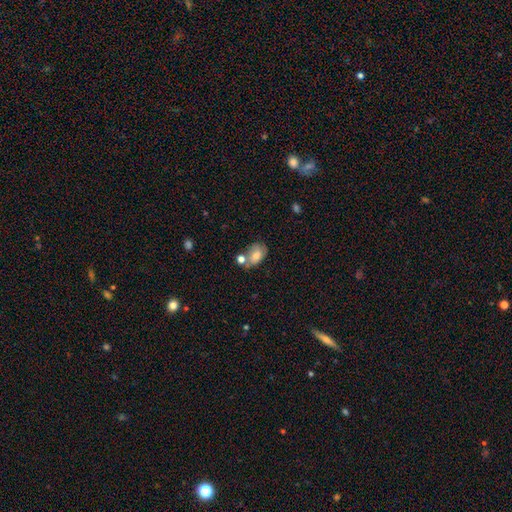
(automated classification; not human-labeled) This appears to be a smooth galaxy with no disk features (67%) that is in between round and cigar-shaped (85%). Merging: none (39%).